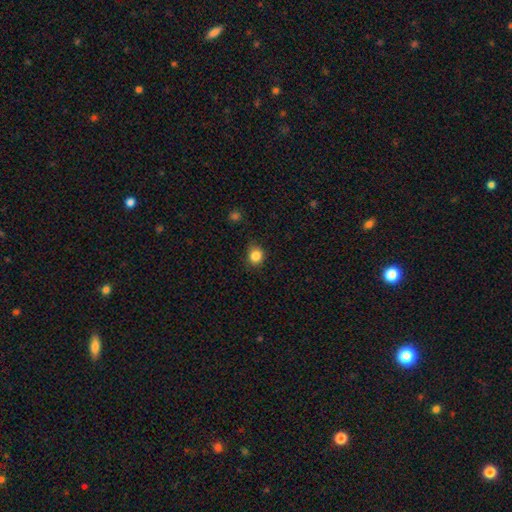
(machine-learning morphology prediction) Smooth or featured?
  - smooth: 84% *
  - star or artifact: 12%
  - featured or disk: 4%
How rounded?
  - round: 80% *
  - in between: 20%
  - cigar-shaped: 1%
Merging?
  - none: 80% *
  - minor disturbance: 16%
  - major disturbance: 3%
  - merger: 1%